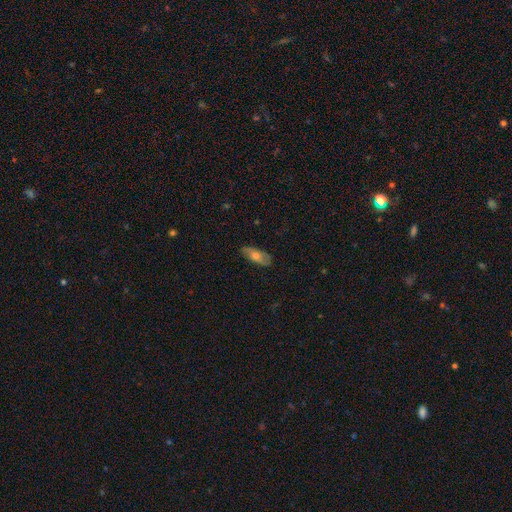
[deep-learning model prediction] The model was most divided on "smooth or featured": smooth: 55%, featured or disk: 38%, star or artifact: 7%. More confident: merging — none (81%); how rounded — in between (78%).